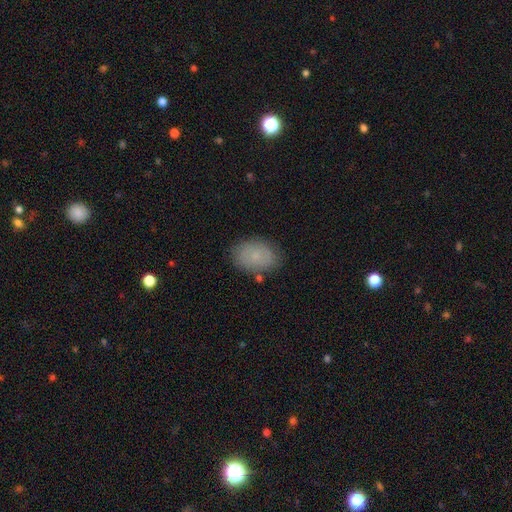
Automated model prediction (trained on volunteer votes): Smooth or featured?
  - smooth: 72% *
  - featured or disk: 20%
  - star or artifact: 9%
How rounded?
  - in between: 80% *
  - round: 18%
  - cigar-shaped: 1%
Merging?
  - none: 81% *
  - minor disturbance: 13%
  - major disturbance: 3%
  - merger: 2%